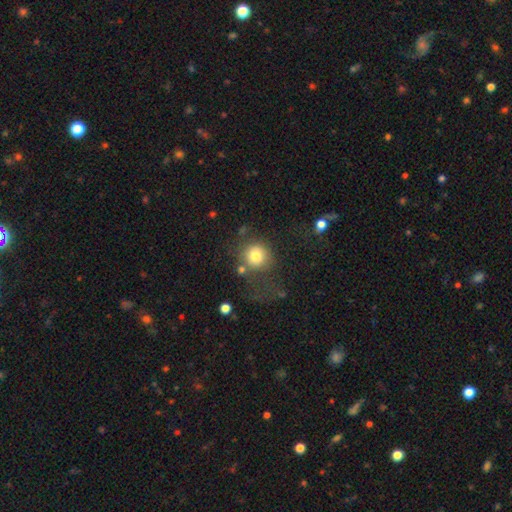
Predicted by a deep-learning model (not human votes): Q: Smooth or featured?
A: smooth (77%); runner-up: star or artifact (11%)
Q: How rounded?
A: round (89%); runner-up: in between (10%)
Q: Merging?
A: none (54%); runner-up: major disturbance (20%)